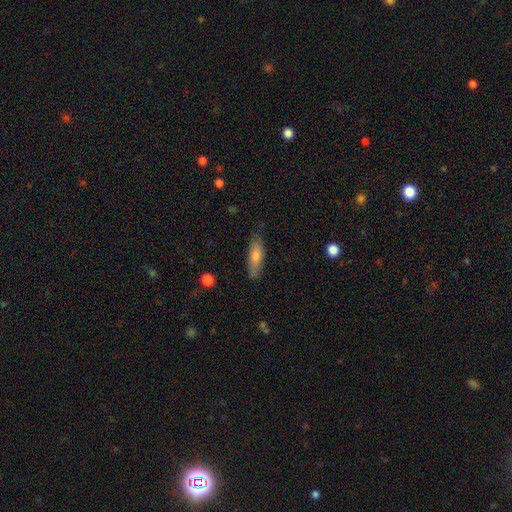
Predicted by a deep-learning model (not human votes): A smooth galaxy with no disk features (68%) that is cigar-shaped (57%). Merging: none (80%).